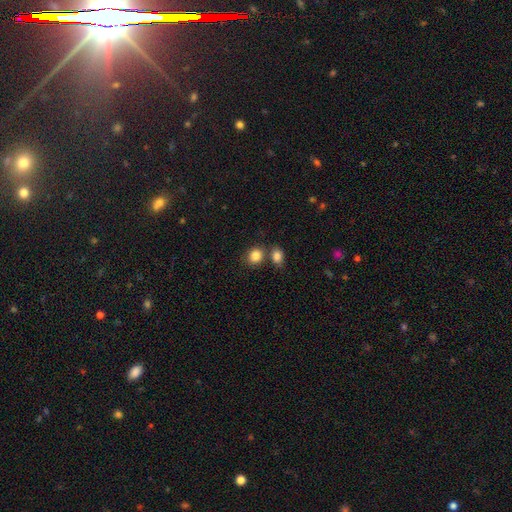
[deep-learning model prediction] This is clearly a smooth galaxy (85%). How rounded: likely round (64%). Merging: likely none (62%).